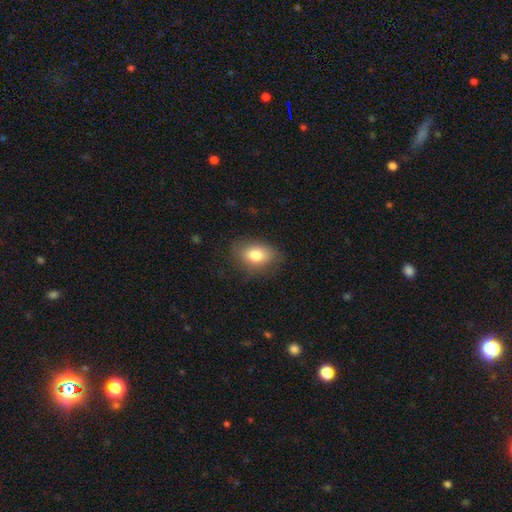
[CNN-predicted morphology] This appears to be a smooth galaxy with no disk features (79%) that is in between round and cigar-shaped (82%). Merging: none (76%).